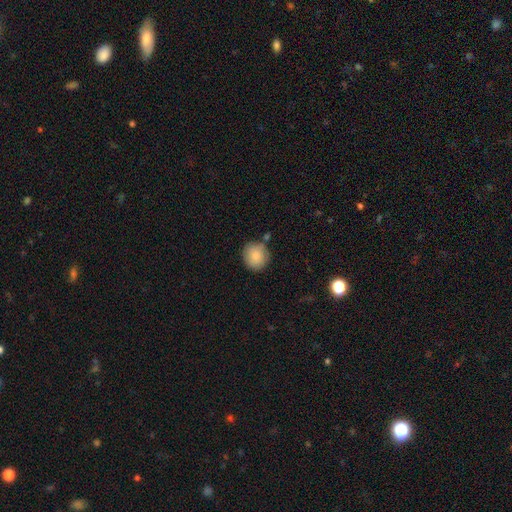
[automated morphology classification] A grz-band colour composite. It shows a smooth galaxy with no disk features (85%) that is round (90%). Merging: none (79%).